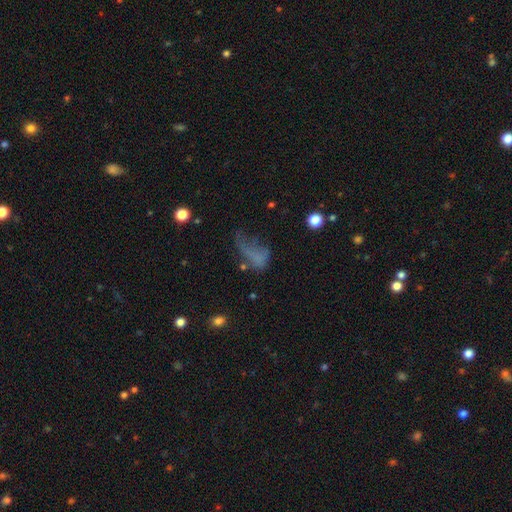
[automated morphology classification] Smooth or featured?
  - smooth: 51% *
  - featured or disk: 31%
  - star or artifact: 19%
How rounded?
  - in between: 77% *
  - round: 13%
  - cigar-shaped: 10%
Merging?
  - major disturbance: 50% *
  - none: 23%
  - minor disturbance: 20%
  - merger: 6%